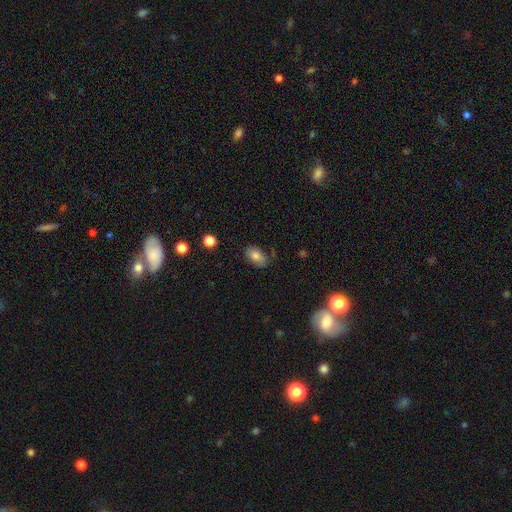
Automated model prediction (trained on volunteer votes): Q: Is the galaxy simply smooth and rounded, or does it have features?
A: smooth — 81%.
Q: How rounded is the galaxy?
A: in between — 90%.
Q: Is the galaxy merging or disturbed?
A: none — 78%.